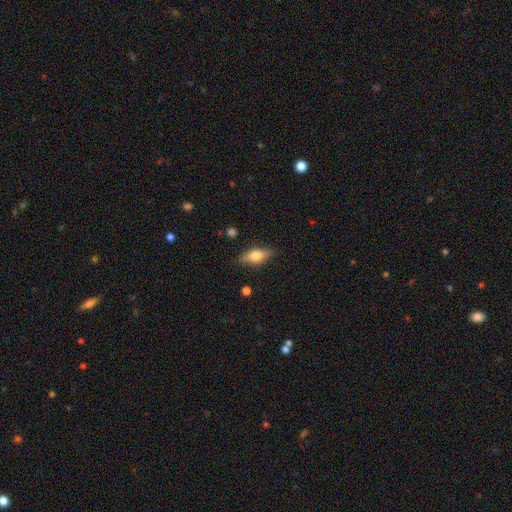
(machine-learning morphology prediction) smooth 67%, featured or disk 26%, star or artifact 7%. Down the decision tree: how rounded — in between (74%); merging — none (83%).